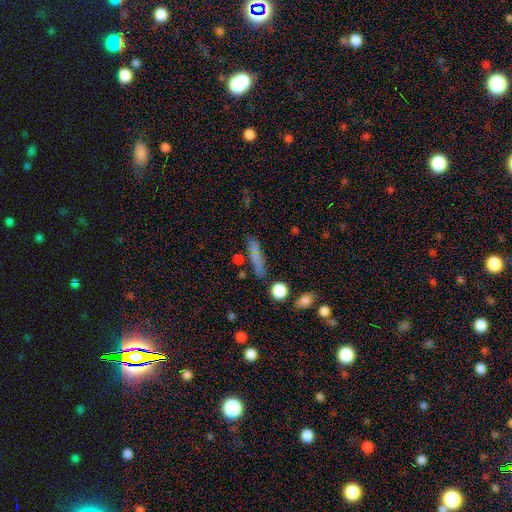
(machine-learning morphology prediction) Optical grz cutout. It shows a smooth galaxy with no disk features (68%) that is cigar-shaped (81%). Merging: none (72%).